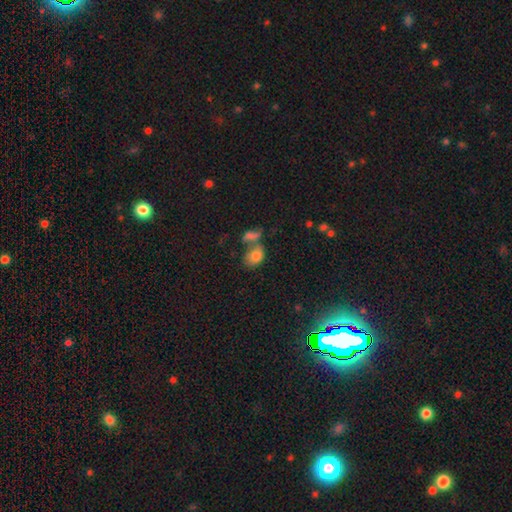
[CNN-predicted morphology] Smooth or featured: smooth — 80% (featured or disk — 11%)
How rounded: in between — 79% (round — 19%)
Merging: merger — 45% (none — 33%)